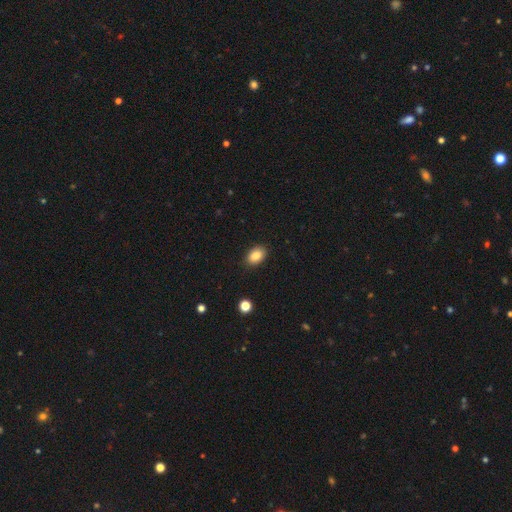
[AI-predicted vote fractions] smooth 87%, star or artifact 8%, featured or disk 5%. Down the decision tree: how rounded — in between (85%); merging — none (88%).